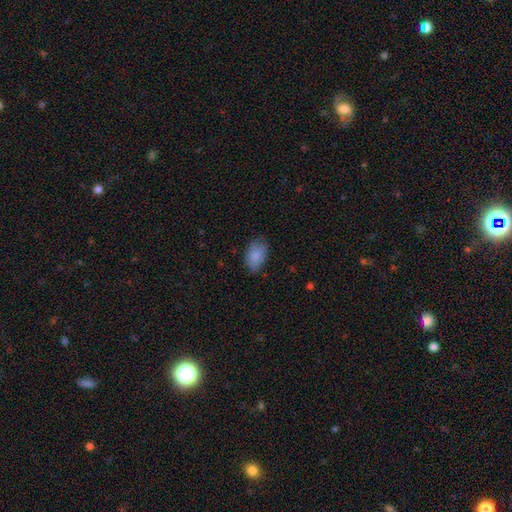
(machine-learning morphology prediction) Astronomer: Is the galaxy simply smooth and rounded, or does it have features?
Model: smooth — 86%.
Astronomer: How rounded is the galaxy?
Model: in between — 88%.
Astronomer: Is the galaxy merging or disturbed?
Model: none — 72%.